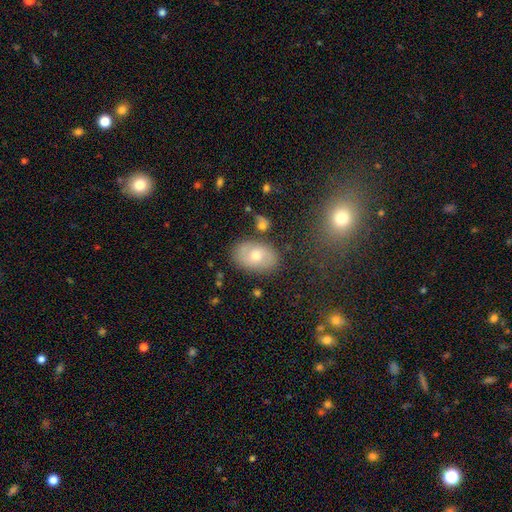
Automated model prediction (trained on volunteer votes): Smooth or featured? Predicted: smooth (p=0.55). How rounded? Predicted: in between (p=0.85). Merging? Predicted: none (p=0.78).